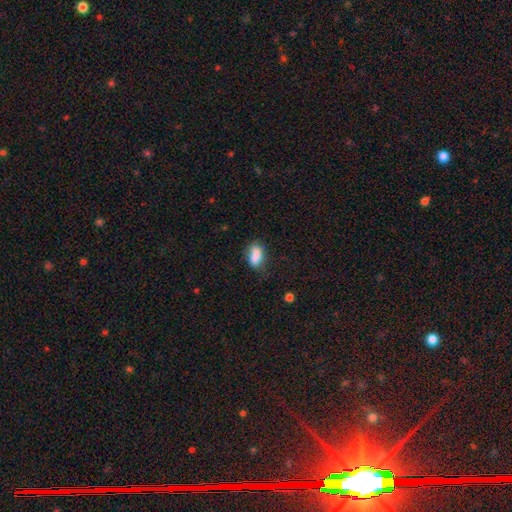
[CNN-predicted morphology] Smooth or featured? Predicted: smooth (p=0.81). How rounded? Predicted: in between (p=0.86). Merging? Predicted: none (p=0.56).